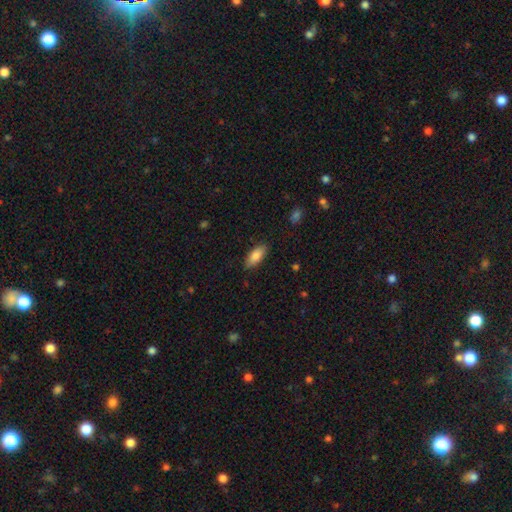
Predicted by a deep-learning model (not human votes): A smooth galaxy with no disk features (85%) that is in between round and cigar-shaped (83%).

Vote fractions:
- Smooth or featured? smooth: 85% / featured or disk: 9% / star or artifact: 6%
- How rounded? in between: 83% / cigar-shaped: 15% / round: 2%
- Merging? none: 86% / minor disturbance: 11% / major disturbance: 2% / merger: 1%